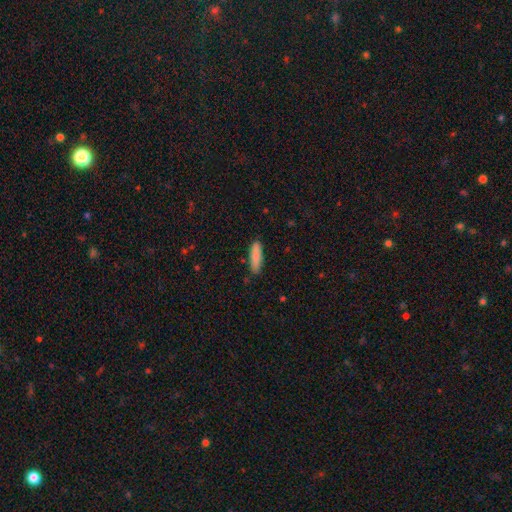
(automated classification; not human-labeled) smooth-or-featured: smooth: 86% | featured or disk: 8% | star or artifact: 6%
  how-rounded: cigar-shaped: 62% | in between: 37% | round: 1%
  merging: none: 86% | minor disturbance: 11% | major disturbance: 2% | merger: 2%